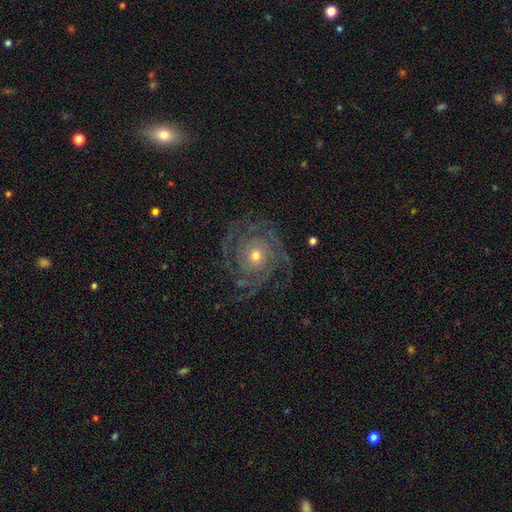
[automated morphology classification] Smooth or featured? featured or disk (87%)
Edge-on disk? no (97%)
Bar? no (81%)
Spiral arms? yes (95%)
Spiral winding? tight (69%)
Spiral arm count? can't tell (26%)
Bulge size? moderate (54%)
Merging? none (75%)